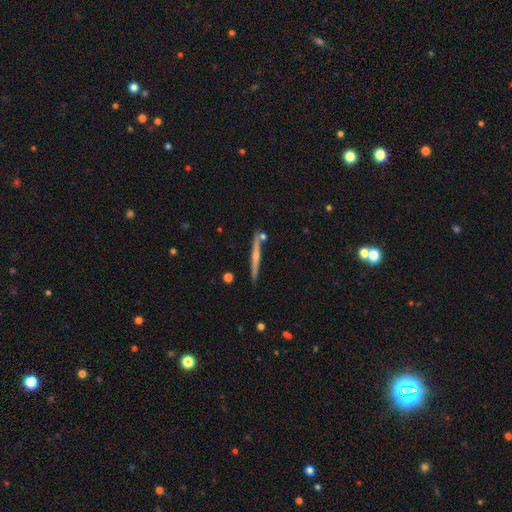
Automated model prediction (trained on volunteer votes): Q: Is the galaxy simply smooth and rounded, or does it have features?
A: featured or disk — 64%.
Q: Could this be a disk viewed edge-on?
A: yes — 98%.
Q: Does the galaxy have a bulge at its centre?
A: rounded — 61%.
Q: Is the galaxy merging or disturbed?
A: none — 85%.